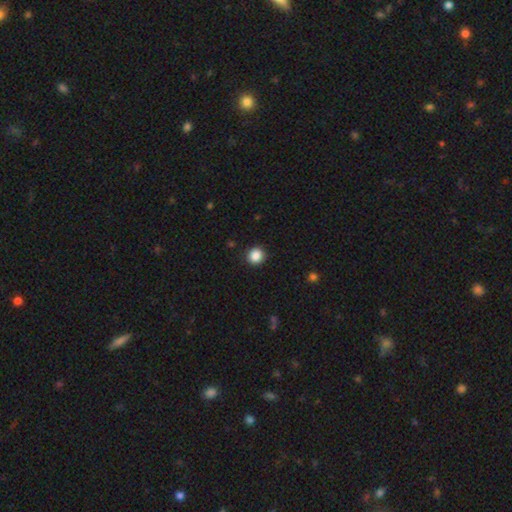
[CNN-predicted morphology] Smooth or featured? smooth (87%)
How rounded? round (91%)
Merging? none (91%)